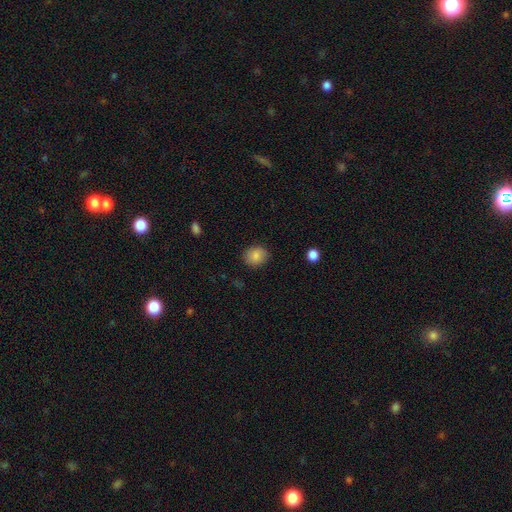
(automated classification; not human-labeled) Morphology: type=smooth (86%); roundness=round (65%); merging=none (87%).